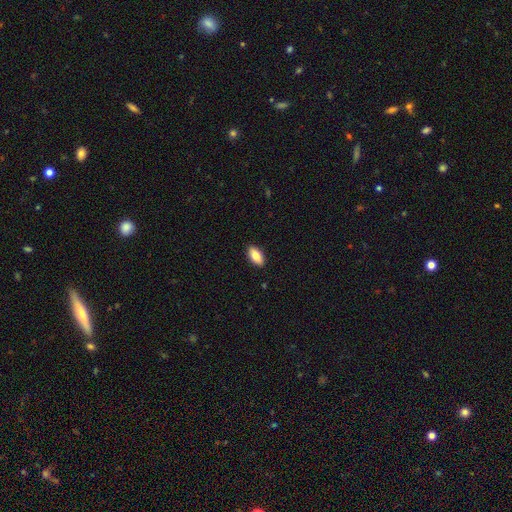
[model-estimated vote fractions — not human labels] Smooth or featured? smooth (83%)
How rounded? in between (91%)
Merging? none (90%)